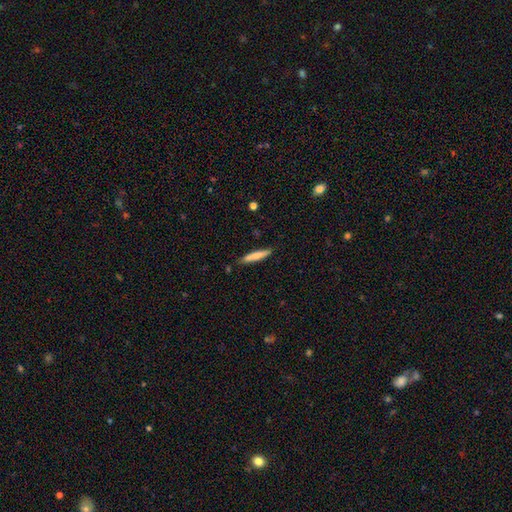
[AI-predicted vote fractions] This appears to be a smooth galaxy with no disk features (75%) that is cigar-shaped (92%). Merging: none (85%).